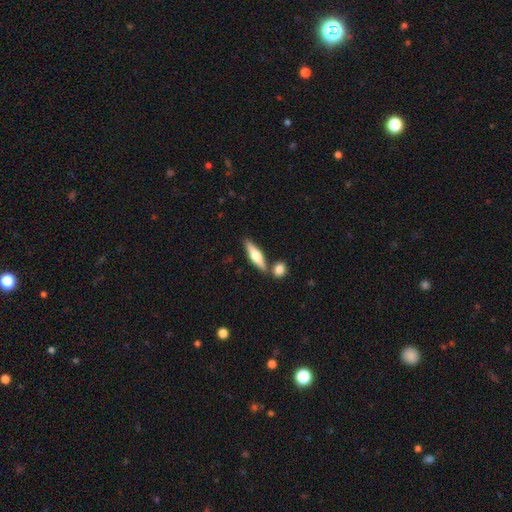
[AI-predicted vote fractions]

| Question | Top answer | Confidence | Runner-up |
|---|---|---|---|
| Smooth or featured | smooth | 48% | featured or disk (46%) |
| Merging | none | 73% | merger (16%) |